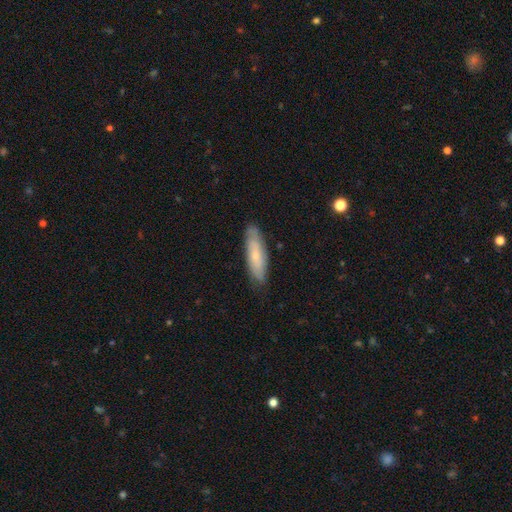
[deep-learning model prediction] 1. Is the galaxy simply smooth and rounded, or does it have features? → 58% smooth, 36% featured or disk, 6% star or artifact.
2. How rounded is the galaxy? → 60% cigar-shaped, 38% in between, 2% round.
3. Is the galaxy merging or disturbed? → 81% none, 15% minor disturbance, 3% major disturbance, 1% merger.